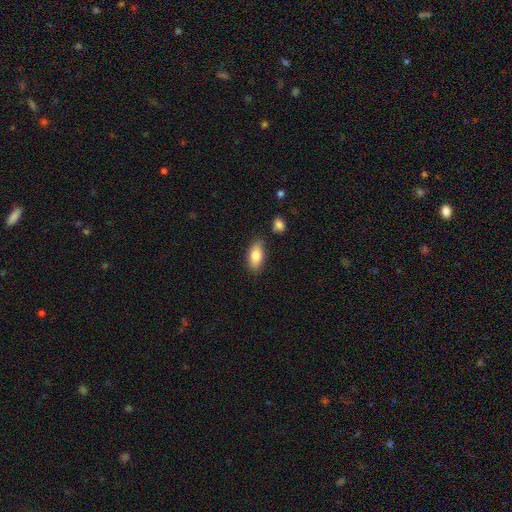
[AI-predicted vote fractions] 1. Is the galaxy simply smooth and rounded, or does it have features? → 82% smooth, 11% featured or disk, 7% star or artifact.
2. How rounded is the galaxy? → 87% in between, 9% cigar-shaped, 3% round.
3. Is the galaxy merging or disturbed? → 79% none, 14% minor disturbance, 4% merger, 3% major disturbance.